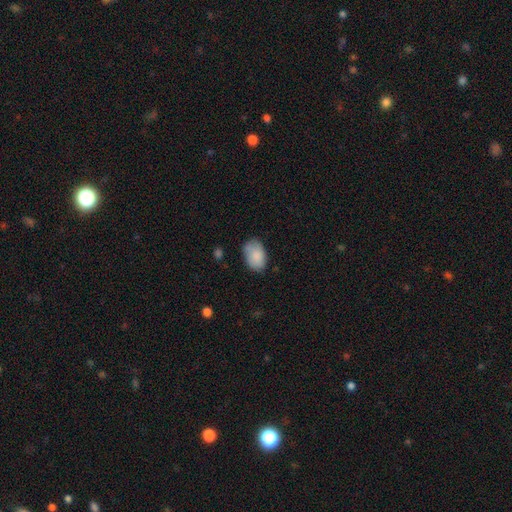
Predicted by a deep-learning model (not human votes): smooth-or-featured: smooth: 86% | featured or disk: 8% | star or artifact: 7%
  how-rounded: in between: 88% | round: 11% | cigar-shaped: 1%
  merging: none: 71% | minor disturbance: 22% | major disturbance: 5% | merger: 2%